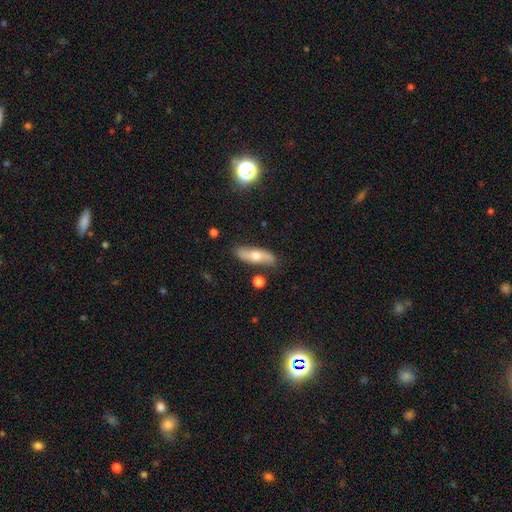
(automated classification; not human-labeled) Smooth or featured? smooth (52%)
How rounded? in between (56%)
Merging? none (82%)